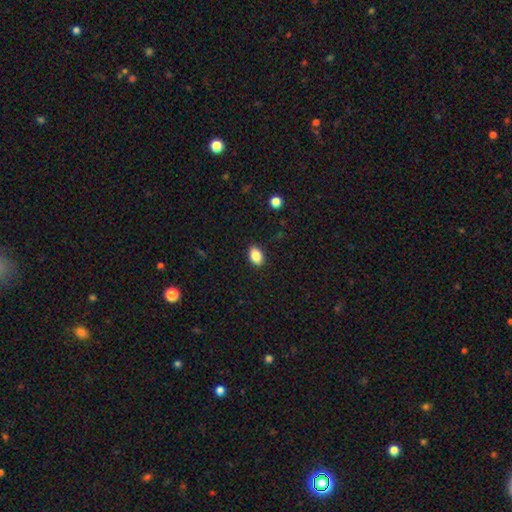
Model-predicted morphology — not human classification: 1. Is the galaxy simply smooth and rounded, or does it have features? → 86% smooth, 9% star or artifact, 5% featured or disk.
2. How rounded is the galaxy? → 85% in between, 13% round, 1% cigar-shaped.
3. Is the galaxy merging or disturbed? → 89% none, 8% minor disturbance, 2% major disturbance, 1% merger.